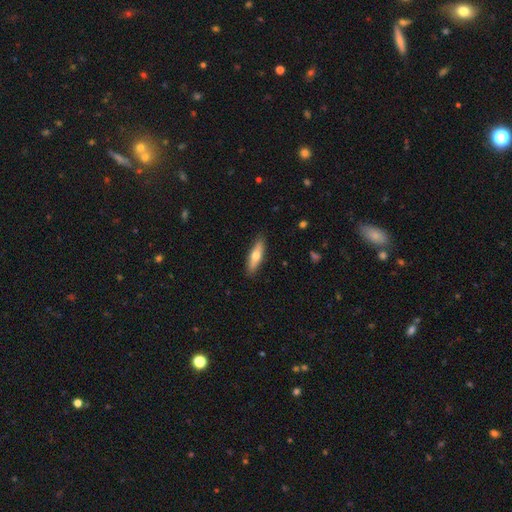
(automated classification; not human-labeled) Smooth or featured?
  - smooth: 60% *
  - featured or disk: 34%
  - star or artifact: 6%
How rounded?
  - cigar-shaped: 62% *
  - in between: 36%
  - round: 2%
Merging?
  - none: 89% *
  - minor disturbance: 9%
  - major disturbance: 2%
  - merger: 1%